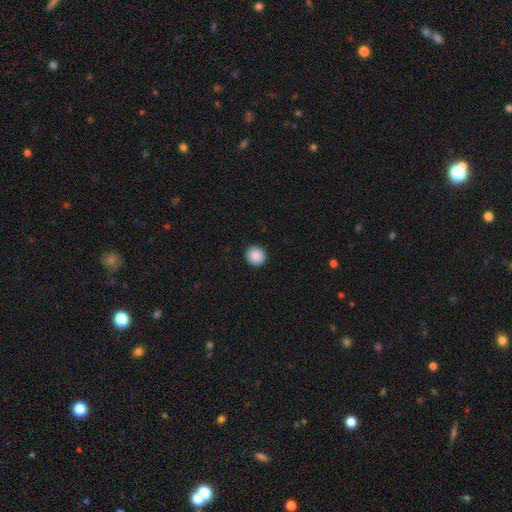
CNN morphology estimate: This is clearly a smooth galaxy (88%). How rounded: clearly round (94%). Merging: clearly none (93%).